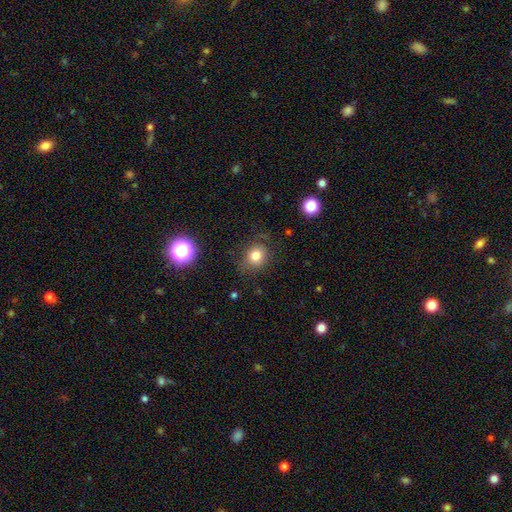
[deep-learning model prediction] A smooth galaxy with no disk features (78%) that is round (71%).

Vote fractions:
- Smooth or featured? smooth: 78% / star or artifact: 13% / featured or disk: 9%
- How rounded? round: 71% / in between: 28% / cigar-shaped: 1%
- Merging? none: 77% / minor disturbance: 16% / major disturbance: 6% / merger: 2%